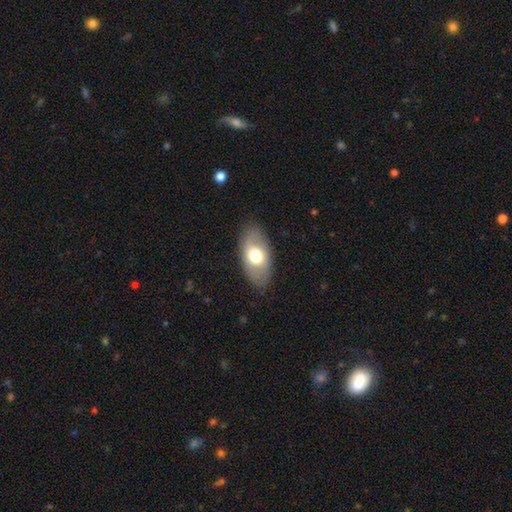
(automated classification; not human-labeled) smooth_or_featured: smooth (p=0.58) [alt: featured or disk p=0.37]
how_rounded: in between (p=0.92) [alt: round p=0.05]
merging: none (p=0.83) [alt: minor disturbance p=0.12]